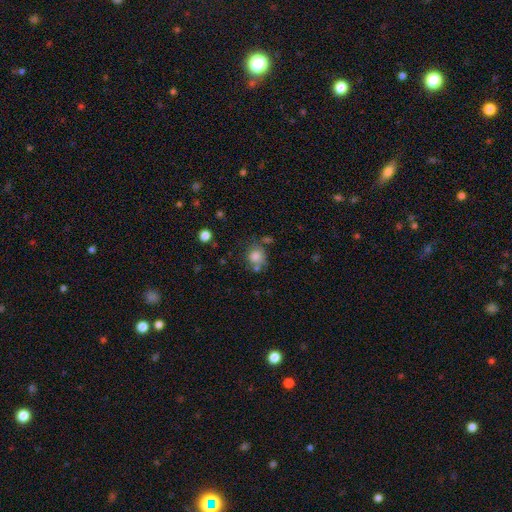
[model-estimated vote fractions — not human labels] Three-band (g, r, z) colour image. It shows a smooth galaxy with no disk features (80%) that is round (76%). Merging: none (59%).